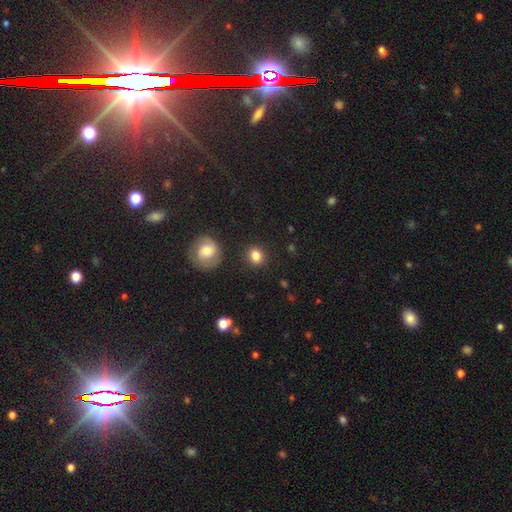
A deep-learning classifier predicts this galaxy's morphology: Smooth or featured: smooth — 84% (star or artifact — 9%)
How rounded: round — 66% (in between — 33%)
Merging: none — 86% (minor disturbance — 8%)